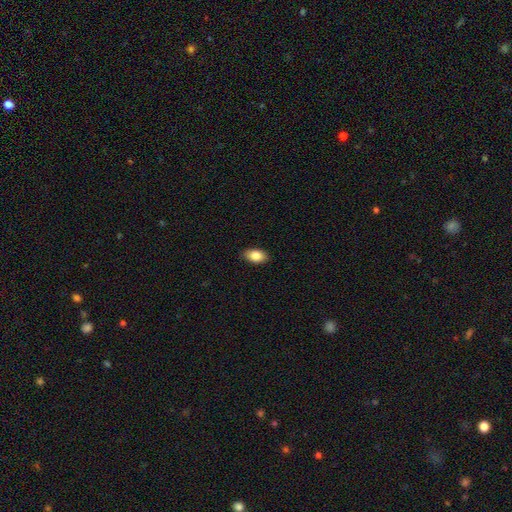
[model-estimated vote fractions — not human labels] The model was most divided on "smooth or featured": smooth: 85%, featured or disk: 8%, star or artifact: 7%. More confident: how rounded — in between (90%); merging — none (87%).